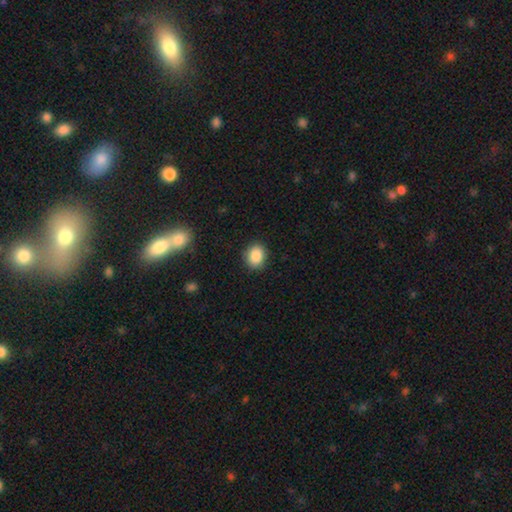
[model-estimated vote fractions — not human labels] A smooth galaxy with no disk features (88%) that is round (59%). Merging: none (88%).